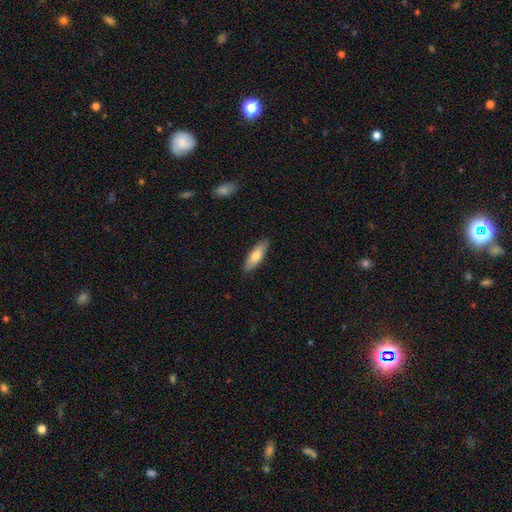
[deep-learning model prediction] Smooth or featured?
  - smooth: 75% *
  - featured or disk: 20%
  - star or artifact: 6%
How rounded?
  - in between: 52% *
  - cigar-shaped: 46%
  - round: 2%
Merging?
  - none: 88% *
  - minor disturbance: 9%
  - major disturbance: 2%
  - merger: 1%